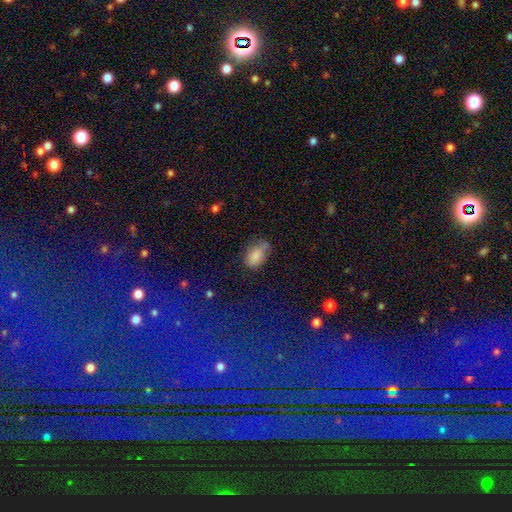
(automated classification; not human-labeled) This appears to be a smooth galaxy with no disk features (81%) that is in between round and cigar-shaped (88%). Merging: none (45%).